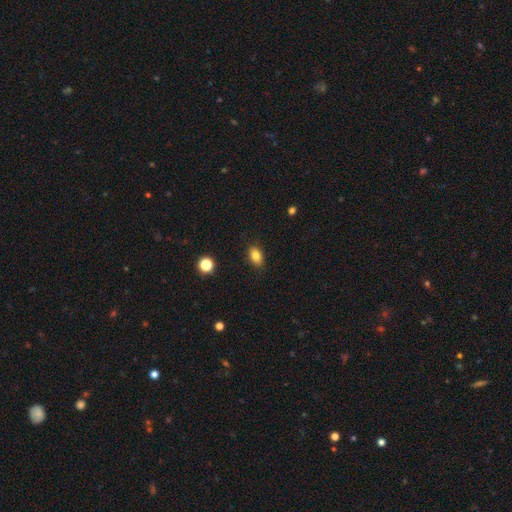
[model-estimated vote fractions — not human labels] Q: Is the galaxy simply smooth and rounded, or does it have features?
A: smooth — 83%.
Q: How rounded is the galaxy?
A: in between — 84%.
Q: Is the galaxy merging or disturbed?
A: none — 87%.